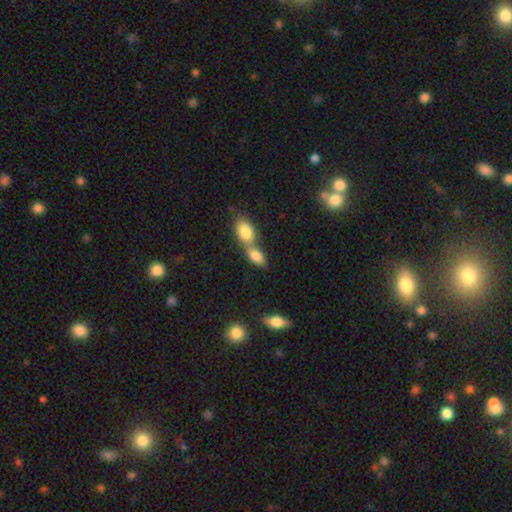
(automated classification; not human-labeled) Smooth or featured? smooth (82%)
How rounded? in between (86%)
Merging? merger (68%)